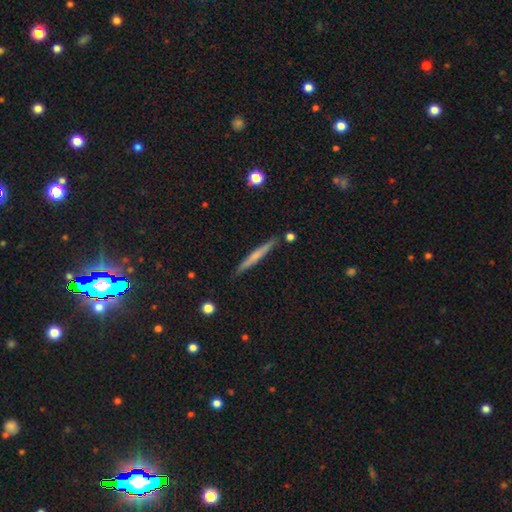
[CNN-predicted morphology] featured or disk 48%, smooth 45%, star or artifact 6%. Down the decision tree: merging — none (88%).